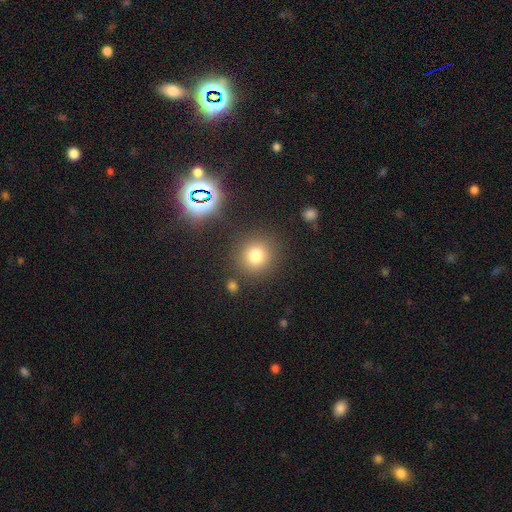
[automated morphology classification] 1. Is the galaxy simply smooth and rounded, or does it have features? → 77% smooth, 15% star or artifact, 8% featured or disk.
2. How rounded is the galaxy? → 90% round, 9% in between, 1% cigar-shaped.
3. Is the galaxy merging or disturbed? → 85% none, 8% minor disturbance, 4% merger, 3% major disturbance.